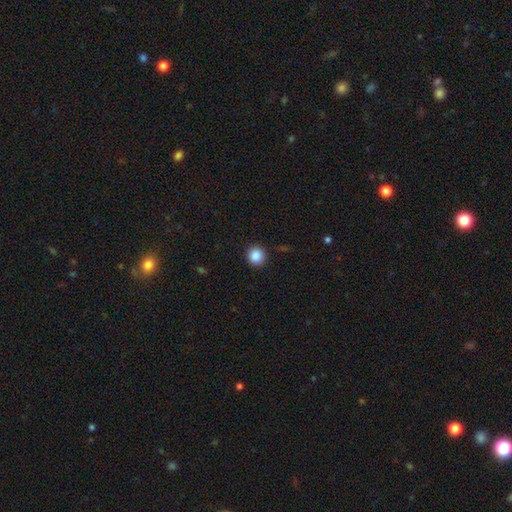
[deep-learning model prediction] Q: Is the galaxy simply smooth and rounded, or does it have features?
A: smooth — 87%.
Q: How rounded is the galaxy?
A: round — 92%.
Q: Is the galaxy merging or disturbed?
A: none — 91%.